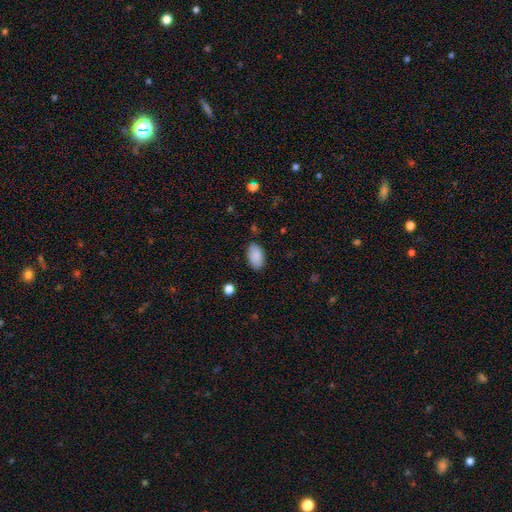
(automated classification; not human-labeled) This is clearly a smooth galaxy (89%). How rounded: clearly in between (94%). Merging: clearly none (83%).